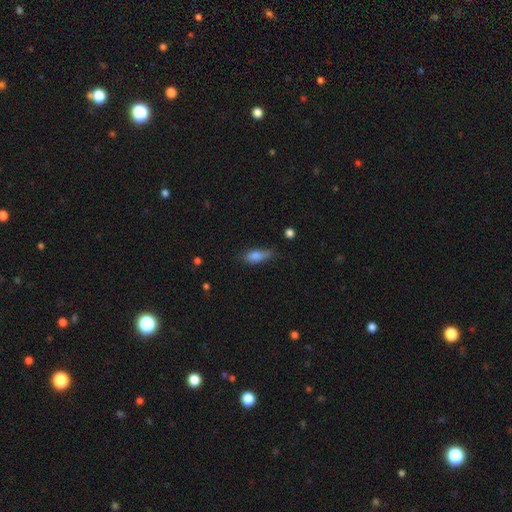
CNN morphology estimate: The model was most divided on "merging": none: 53%, minor disturbance: 36%, major disturbance: 9%, merger: 3%. More confident: smooth or featured — smooth (79%); how rounded — in between (74%).